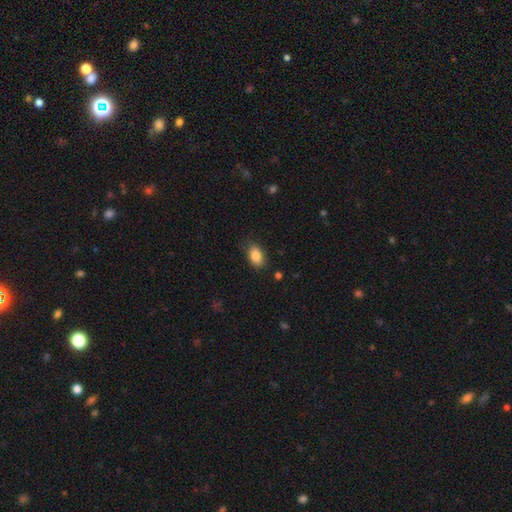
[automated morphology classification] type=smooth (86%); roundness=in between (89%); merging=none (82%).